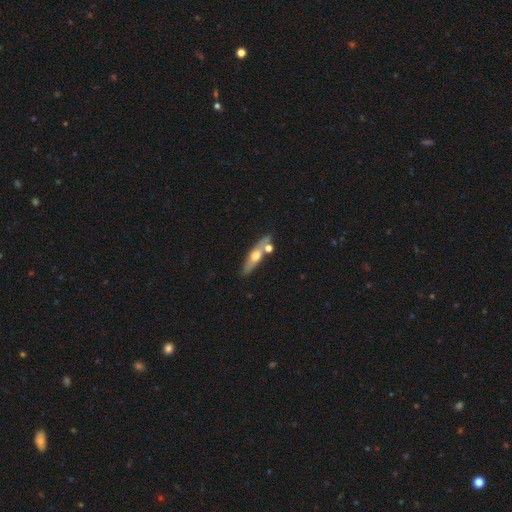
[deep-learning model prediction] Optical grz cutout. It shows a featured or disk galaxy (56%) viewed edge-on (82%). Merging: none (69%).